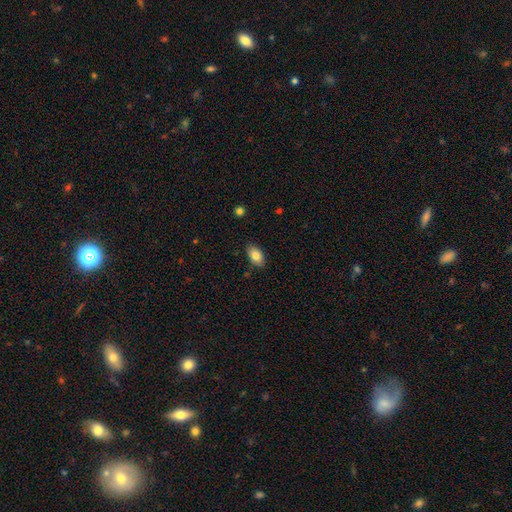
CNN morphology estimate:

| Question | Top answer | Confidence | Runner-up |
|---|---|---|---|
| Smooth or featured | smooth | 81% | featured or disk (11%) |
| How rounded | in between | 92% | round (6%) |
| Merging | none | 85% | minor disturbance (11%) |